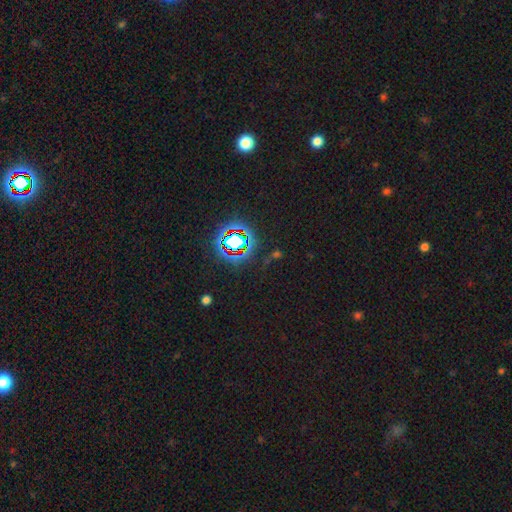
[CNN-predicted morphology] This is likely a star or artifact rather than a galaxy (79%).